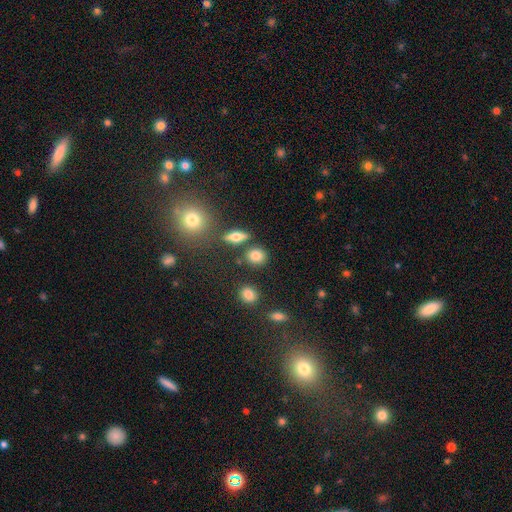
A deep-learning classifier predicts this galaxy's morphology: type=smooth (80%); roundness=round (72%); merging=none (79%).